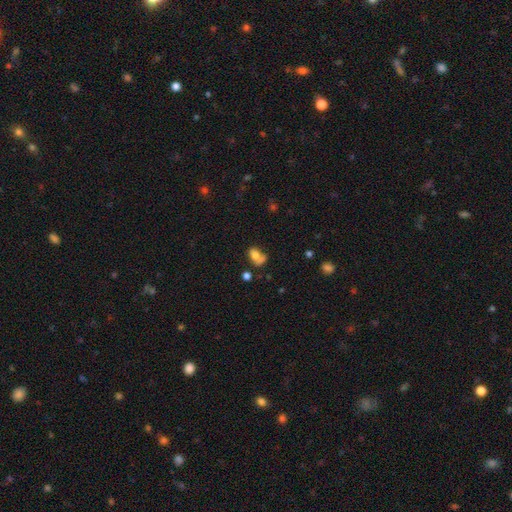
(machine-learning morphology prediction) Smooth or featured: smooth — 68% (featured or disk — 21%)
How rounded: in between — 77% (round — 22%)
Merging: none — 32% (merger — 26%)